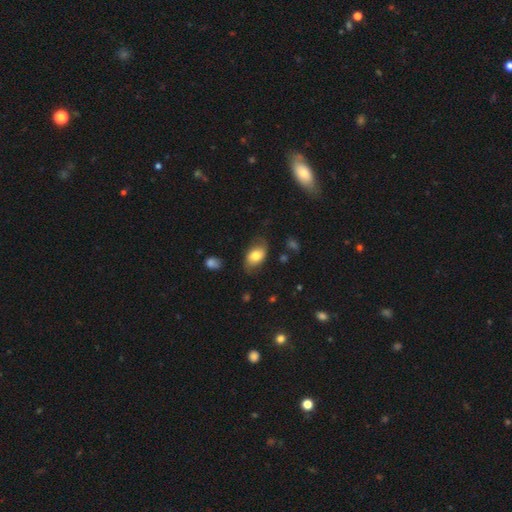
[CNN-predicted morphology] smooth 69%, featured or disk 24%, star or artifact 7%. Down the decision tree: how rounded — in between (90%); merging — none (67%).